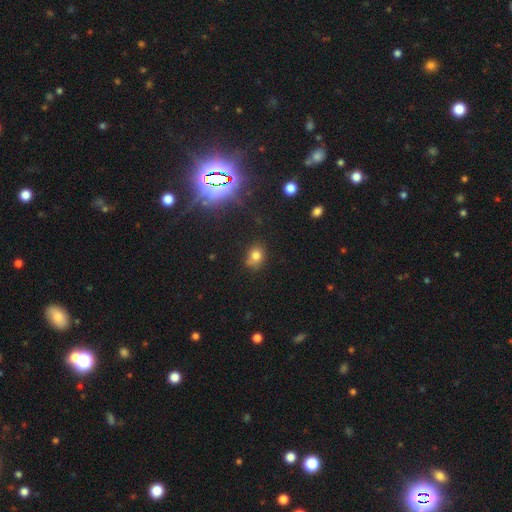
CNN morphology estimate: Smooth or featured? smooth (74%)
How rounded? round (56%)
Merging? none (63%)